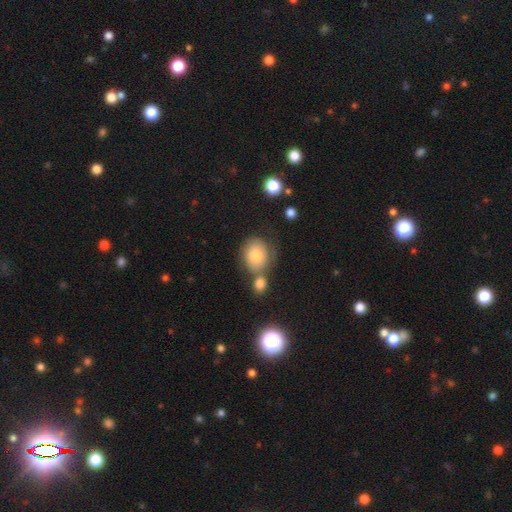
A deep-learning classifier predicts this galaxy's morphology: smooth-or-featured: smooth: 74% | featured or disk: 15% | star or artifact: 11%
  how-rounded: round: 69% | in between: 30% | cigar-shaped: 1%
  merging: none: 52% | merger: 23% | minor disturbance: 17% | major disturbance: 7%